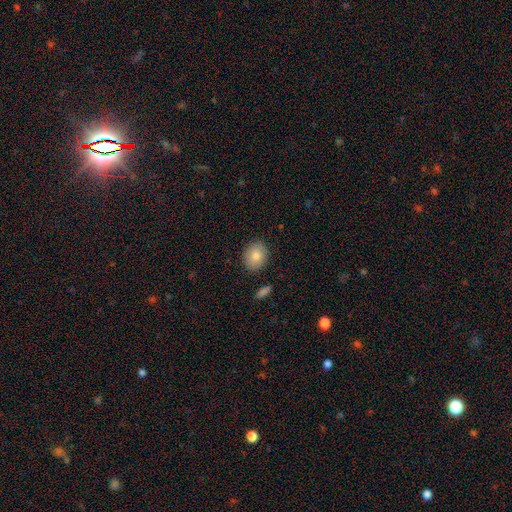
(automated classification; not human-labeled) Morphology: type=smooth (84%); roundness=round (50%); merging=none (88%).